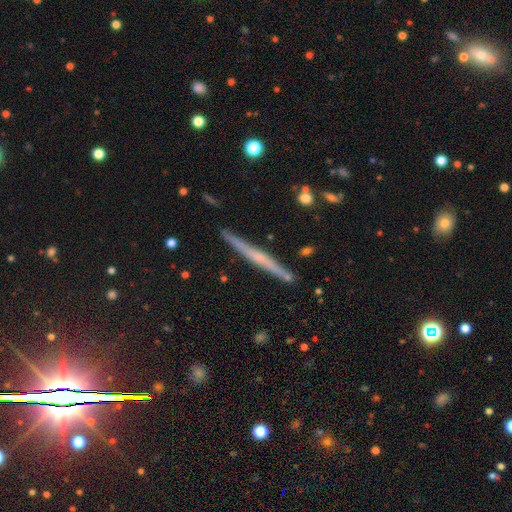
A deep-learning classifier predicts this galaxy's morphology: Smooth or featured? Predicted: featured or disk (p=0.63). Edge-on disk? Predicted: yes (p=0.98). Edge-on bulge? Predicted: none (p=0.53). Merging? Predicted: none (p=0.90).